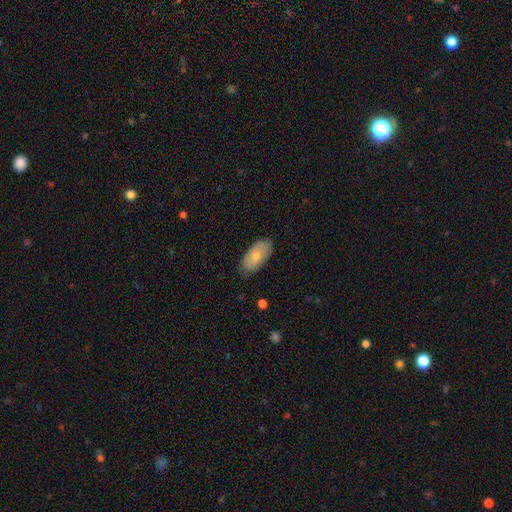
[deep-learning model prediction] Overall: smooth (73%). How rounded: in between (93%). Merging: none (80%).